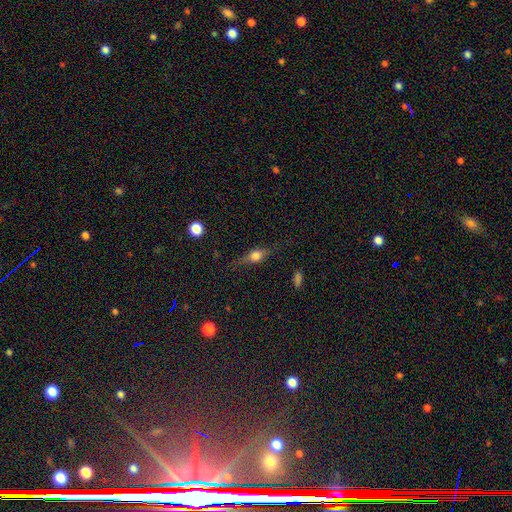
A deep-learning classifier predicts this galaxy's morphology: Smooth or featured? Predicted: smooth (p=0.48). Merging? Predicted: none (p=0.72).